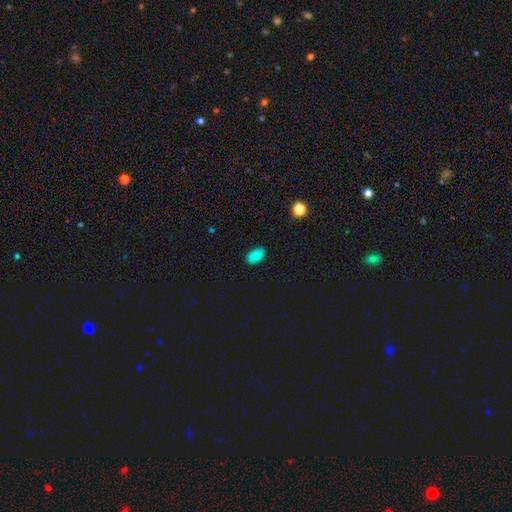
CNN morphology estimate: smooth_or_featured: smooth (p=0.85) [alt: star or artifact p=0.10]
how_rounded: in between (p=0.91) [alt: round p=0.08]
merging: none (p=0.85) [alt: minor disturbance p=0.12]